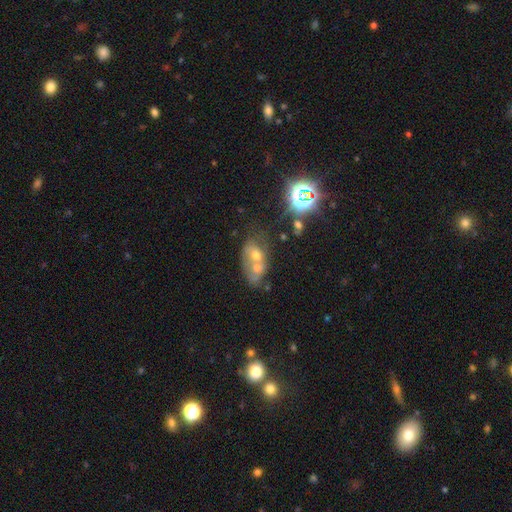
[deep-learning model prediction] Smooth or featured? Predicted: smooth (p=0.44). Merging? Predicted: merger (p=0.70).